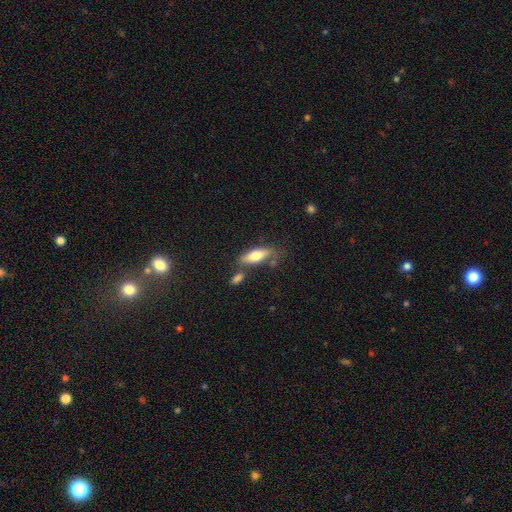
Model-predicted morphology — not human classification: The model was most divided on "how rounded": in between: 59%, cigar-shaped: 38%, round: 3%. More confident: smooth or featured — smooth (66%); merging — none (63%).